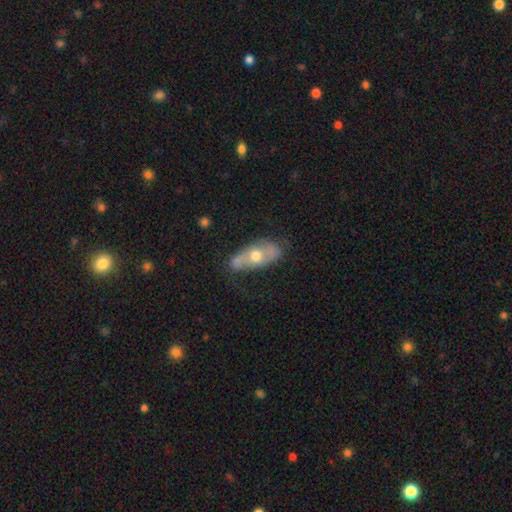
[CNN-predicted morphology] This appears to be a featured or disk galaxy (54%). Merging: none (64%).